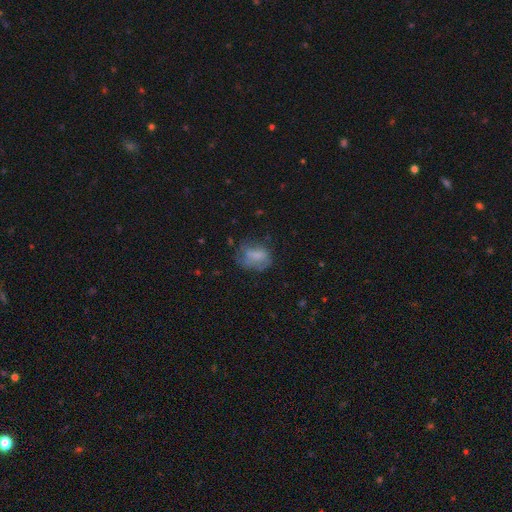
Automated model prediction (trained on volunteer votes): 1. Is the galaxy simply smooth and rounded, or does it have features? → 60% smooth, 28% featured or disk, 12% star or artifact.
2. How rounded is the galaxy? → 67% in between, 31% round, 2% cigar-shaped.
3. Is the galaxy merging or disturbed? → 41% none, 28% minor disturbance, 26% major disturbance, 5% merger.